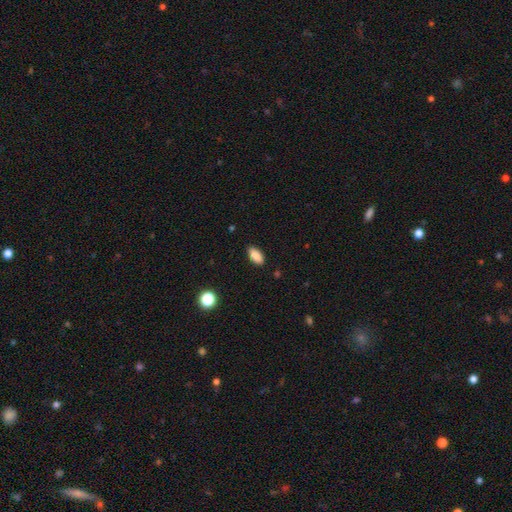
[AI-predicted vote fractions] smooth-or-featured: smooth: 88% | star or artifact: 8% | featured or disk: 4%
  how-rounded: in between: 90% | cigar-shaped: 7% | round: 3%
  merging: none: 88% | minor disturbance: 9% | major disturbance: 2% | merger: 1%